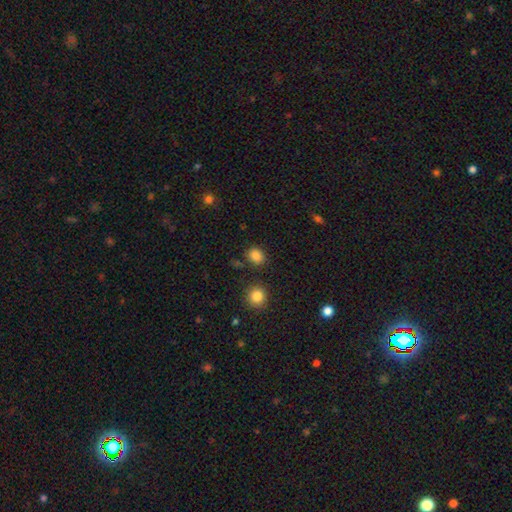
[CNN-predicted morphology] Smooth or featured?
  - smooth: 85% *
  - star or artifact: 12%
  - featured or disk: 4%
How rounded?
  - round: 61% *
  - in between: 38%
  - cigar-shaped: 1%
Merging?
  - none: 82% *
  - minor disturbance: 11%
  - merger: 4%
  - major disturbance: 3%